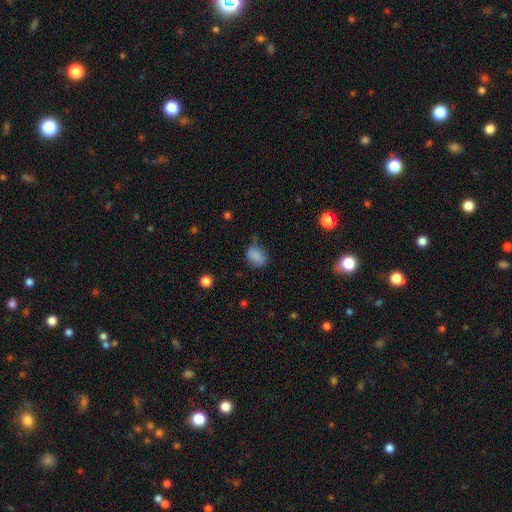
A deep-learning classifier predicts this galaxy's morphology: This appears to be a smooth galaxy with no disk features (81%) that is in between round and cigar-shaped (71%). Merging: none (54%).